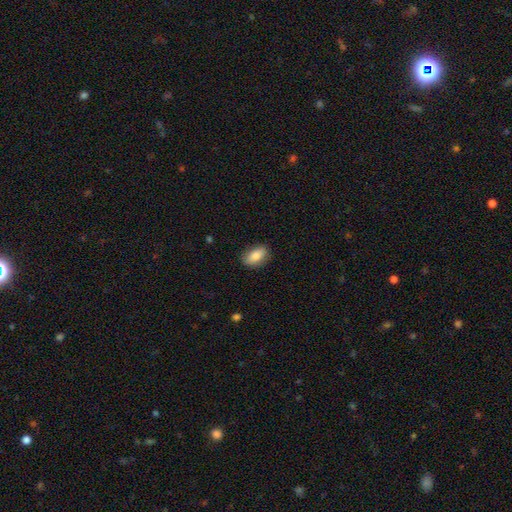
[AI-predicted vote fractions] smooth 83%, featured or disk 10%, star or artifact 7%. Down the decision tree: how rounded — in between (89%); merging — none (84%).